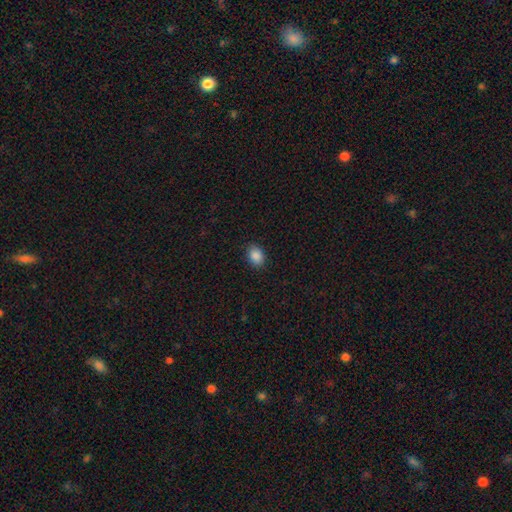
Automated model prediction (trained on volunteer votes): Smooth or featured? Predicted: smooth (p=0.88). How rounded? Predicted: in between (p=0.71). Merging? Predicted: none (p=0.87).